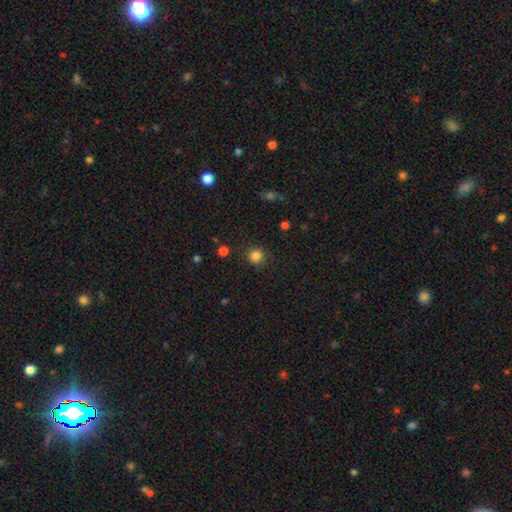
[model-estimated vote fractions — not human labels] A smooth galaxy with no disk features (83%) that is round (89%).

Vote fractions:
- Smooth or featured? smooth: 83% / star or artifact: 13% / featured or disk: 4%
- How rounded? round: 89% / in between: 10% / cigar-shaped: 1%
- Merging? none: 84% / minor disturbance: 11% / major disturbance: 4% / merger: 2%